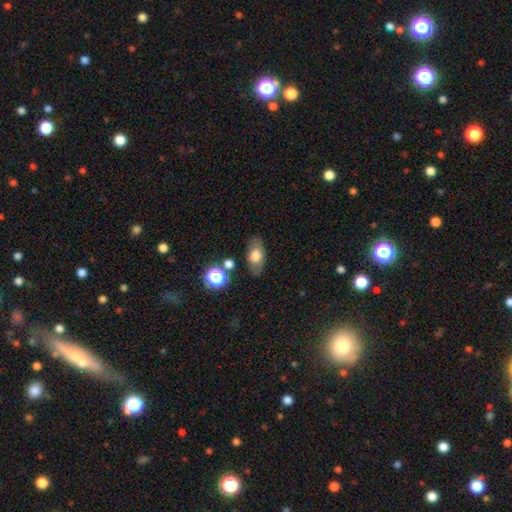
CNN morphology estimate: The model was most divided on "smooth or featured": smooth: 66%, featured or disk: 25%, star or artifact: 10%. More confident: how rounded — in between (84%); merging — none (77%).